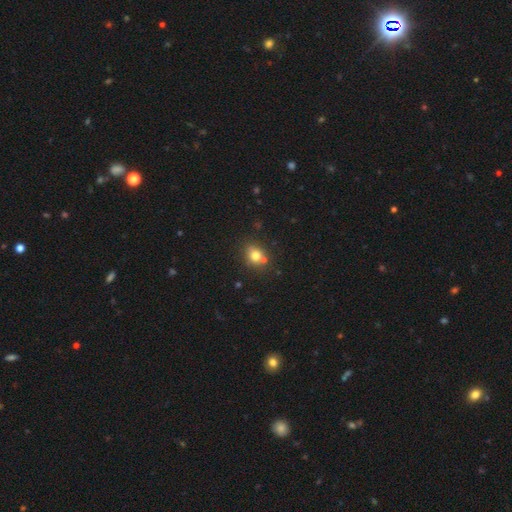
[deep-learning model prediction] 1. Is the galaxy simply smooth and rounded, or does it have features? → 77% smooth, 13% star or artifact, 10% featured or disk.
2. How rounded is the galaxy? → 66% round, 33% in between, 1% cigar-shaped.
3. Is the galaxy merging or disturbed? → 64% none, 19% merger, 13% minor disturbance, 4% major disturbance.